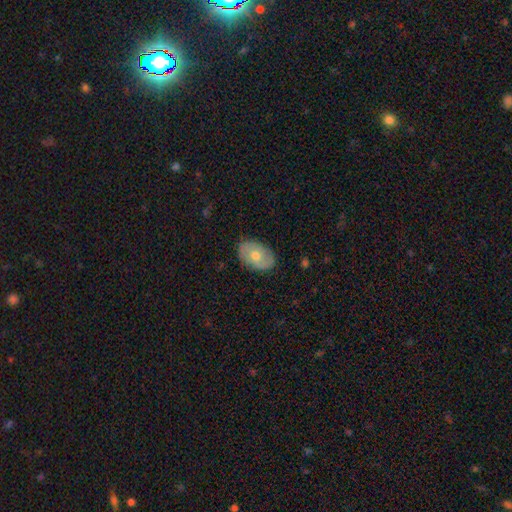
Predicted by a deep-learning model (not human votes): Smooth or featured: featured or disk — 49% (smooth — 44%)
Merging: none — 83% (minor disturbance — 13%)